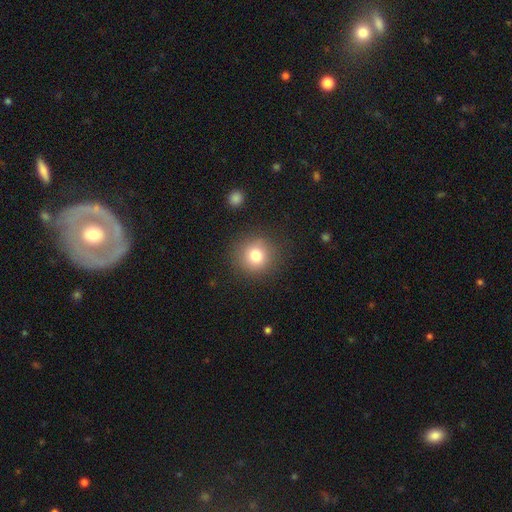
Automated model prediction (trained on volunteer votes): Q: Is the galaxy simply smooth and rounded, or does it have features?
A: smooth — 79%.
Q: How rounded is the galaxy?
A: round — 92%.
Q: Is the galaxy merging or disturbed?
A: none — 87%.